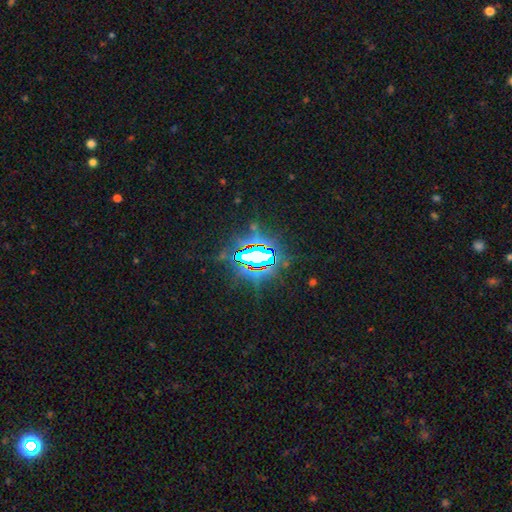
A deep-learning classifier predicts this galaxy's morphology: Q: Smooth or featured?
A: star or artifact (79%); runner-up: smooth (11%)